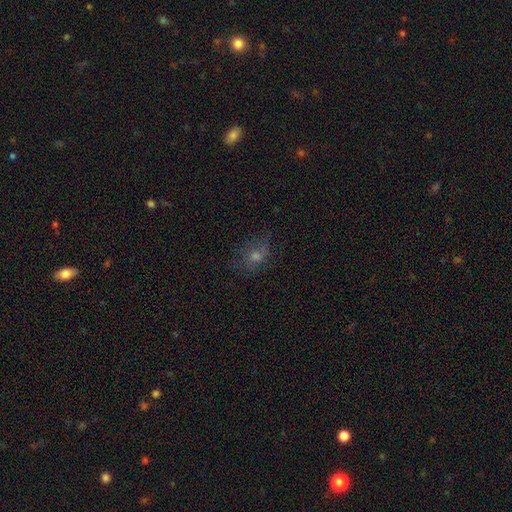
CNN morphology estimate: The model was most divided on "how rounded": in between: 50%, round: 48%, cigar-shaped: 2%. More confident: merging — none (61%); smooth or featured — smooth (57%).